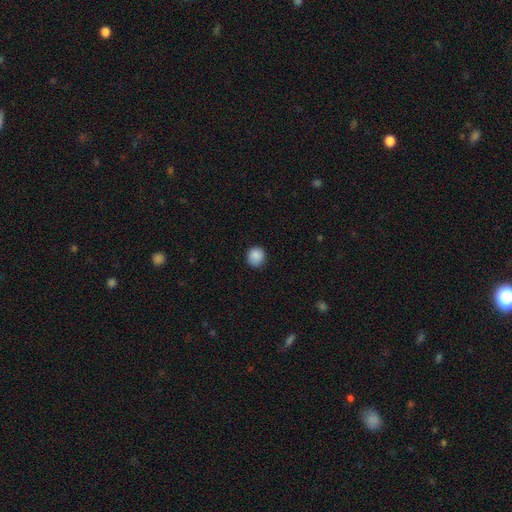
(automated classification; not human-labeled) smooth 88%, star or artifact 9%, featured or disk 3%. Down the decision tree: how rounded — round (90%); merging — none (87%).